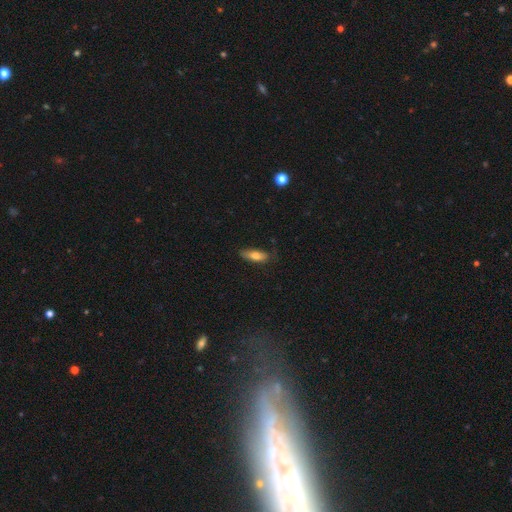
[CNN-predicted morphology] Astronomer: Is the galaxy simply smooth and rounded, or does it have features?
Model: smooth — 75%.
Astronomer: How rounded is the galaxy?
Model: in between — 66%.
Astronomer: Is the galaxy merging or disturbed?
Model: none — 74%.